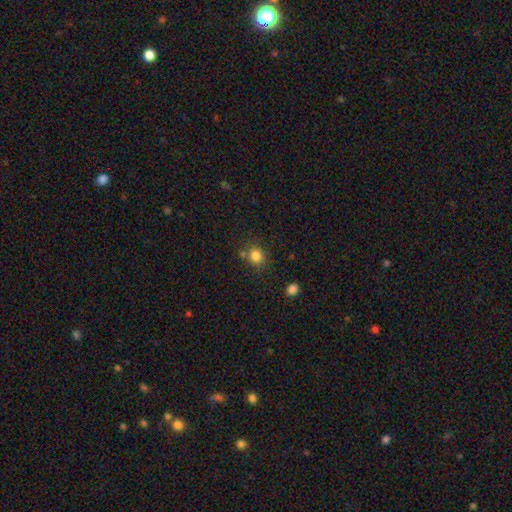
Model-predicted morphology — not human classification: smooth 83%, star or artifact 12%, featured or disk 5%. Down the decision tree: how rounded — round (79%); merging — none (71%).